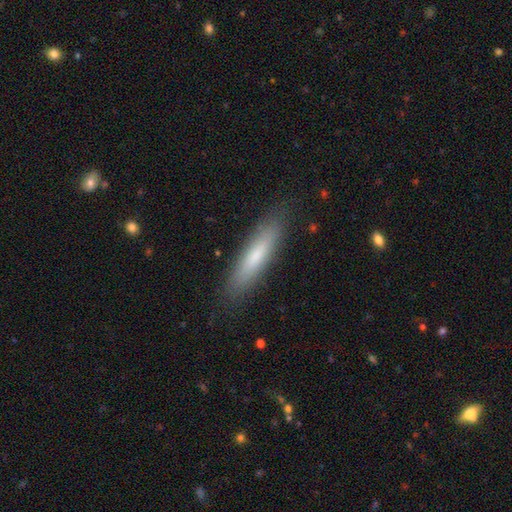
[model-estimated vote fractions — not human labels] Smooth or featured? Predicted: smooth (p=0.70). How rounded? Predicted: cigar-shaped (p=0.80). Merging? Predicted: none (p=0.86).